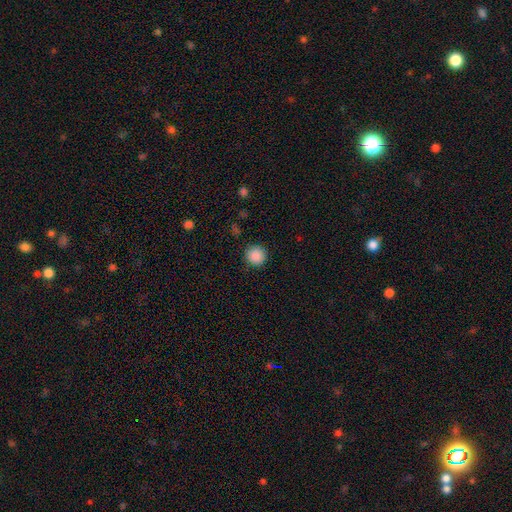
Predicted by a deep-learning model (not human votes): This appears to be a smooth galaxy with no disk features (88%) that is round (94%). Merging: none (90%).